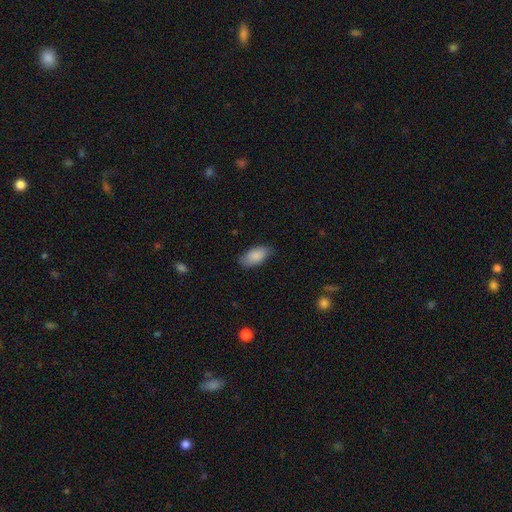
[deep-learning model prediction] This is clearly a smooth galaxy (87%). How rounded: clearly in between (92%). Merging: likely none (79%).